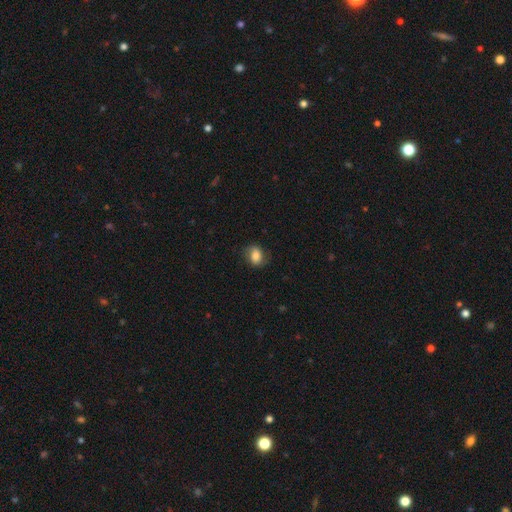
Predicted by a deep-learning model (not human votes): Q: Smooth or featured?
A: smooth (75%); runner-up: featured or disk (16%)
Q: How rounded?
A: in between (63%); runner-up: round (36%)
Q: Merging?
A: none (73%); runner-up: minor disturbance (19%)